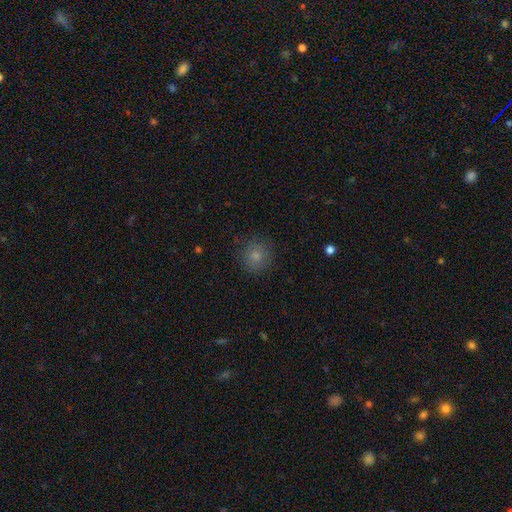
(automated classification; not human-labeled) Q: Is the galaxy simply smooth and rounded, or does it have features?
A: smooth — 82%.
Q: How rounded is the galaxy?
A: round — 90%.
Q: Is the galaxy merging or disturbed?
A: none — 84%.